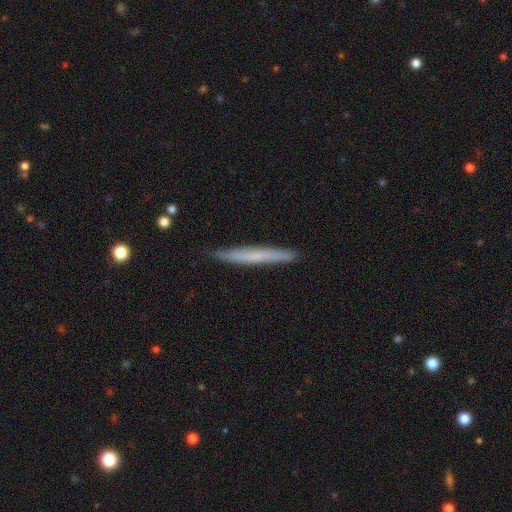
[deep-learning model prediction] smooth 58%, featured or disk 37%, star or artifact 6%. Down the decision tree: how rounded — cigar-shaped (97%); merging — none (88%).